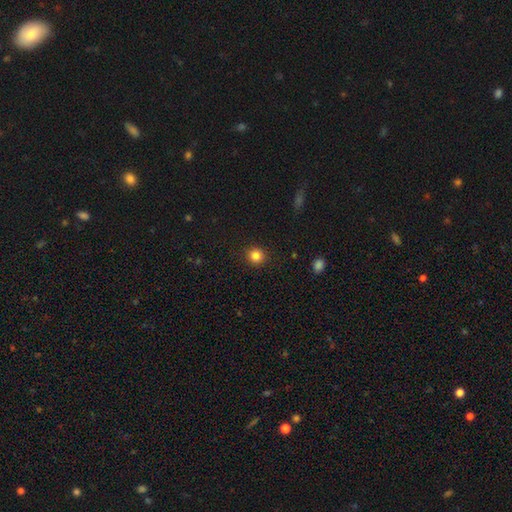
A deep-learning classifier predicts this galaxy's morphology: A smooth galaxy with no disk features (84%) that is round (92%). Merging: none (92%).